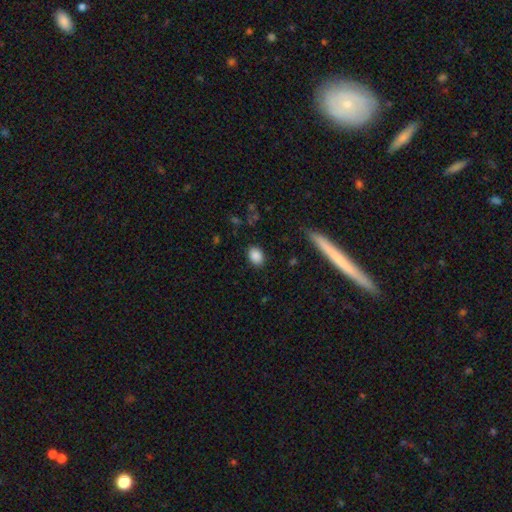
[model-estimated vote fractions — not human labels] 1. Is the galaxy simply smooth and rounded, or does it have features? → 87% smooth, 8% star or artifact, 4% featured or disk.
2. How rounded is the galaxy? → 62% in between, 36% round, 2% cigar-shaped.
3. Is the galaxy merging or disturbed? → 87% none, 9% minor disturbance, 3% major disturbance, 1% merger.